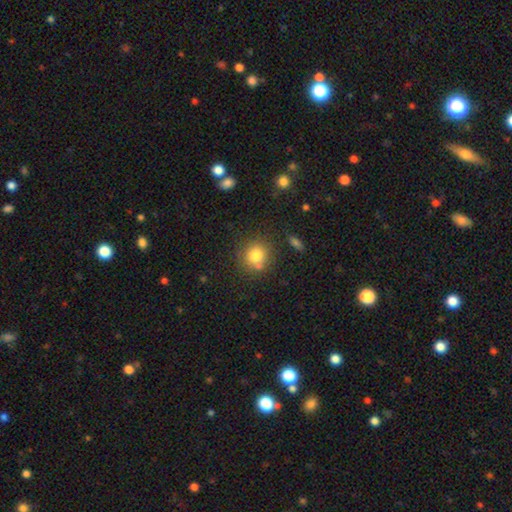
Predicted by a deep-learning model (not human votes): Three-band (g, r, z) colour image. It shows a smooth galaxy with no disk features (79%) that is round (86%). Merging: none (72%).